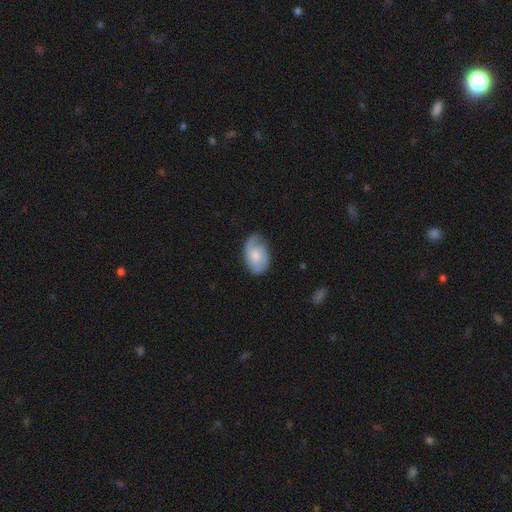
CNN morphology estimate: The model was most divided on "smooth or featured" (2-way tie): smooth: 47%, featured or disk: 47%, star or artifact: 6%. More confident: merging — none (60%).